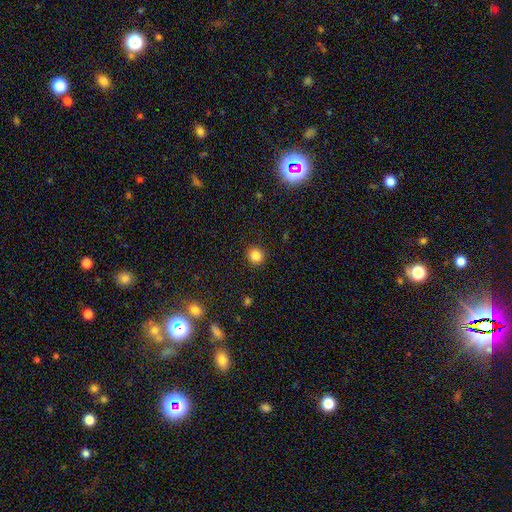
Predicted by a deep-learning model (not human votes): This is clearly a smooth galaxy (84%). How rounded: clearly round (91%). Merging: clearly none (92%).